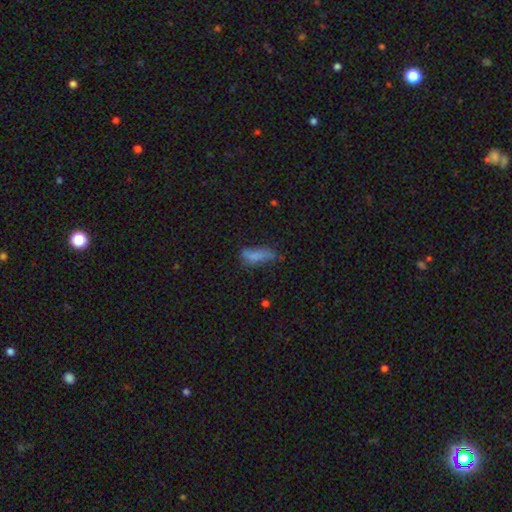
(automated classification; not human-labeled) smooth-or-featured: smooth: 70% | featured or disk: 18% | star or artifact: 12%
  how-rounded: in between: 58% | cigar-shaped: 39% | round: 3%
  merging: none: 39% | minor disturbance: 33% | major disturbance: 21% | merger: 6%